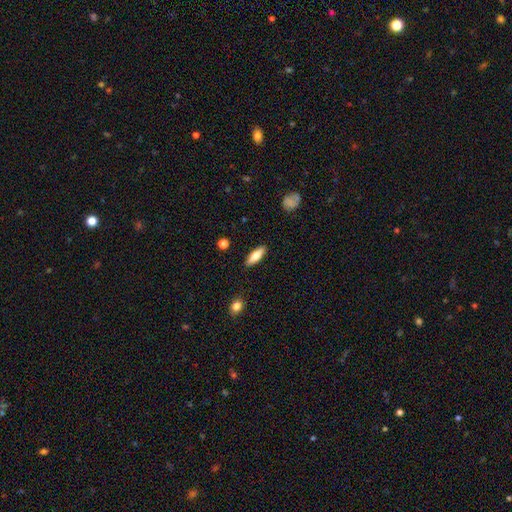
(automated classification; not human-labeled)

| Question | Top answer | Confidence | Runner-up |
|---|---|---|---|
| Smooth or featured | smooth | 65% | featured or disk (29%) |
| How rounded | in between | 50% | cigar-shaped (47%) |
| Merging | none | 89% | minor disturbance (8%) |